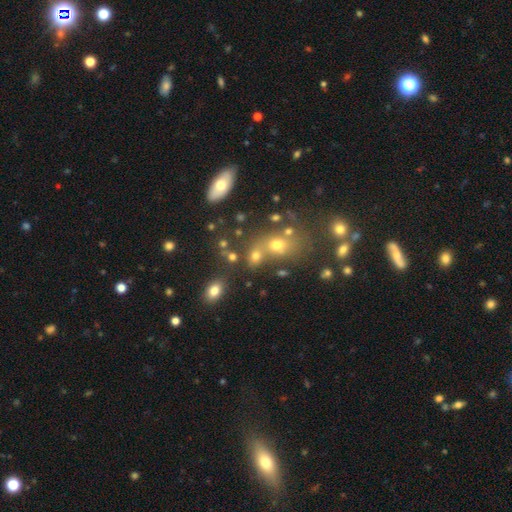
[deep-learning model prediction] Q: Smooth or featured?
A: smooth (66%); runner-up: star or artifact (20%)
Q: How rounded?
A: round (53%); runner-up: in between (45%)
Q: Merging?
A: none (45%); runner-up: merger (39%)